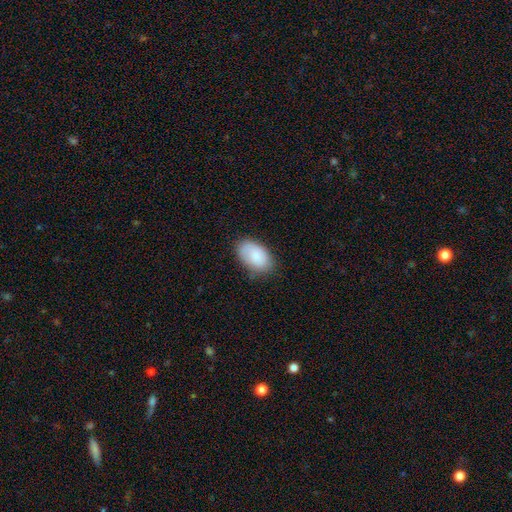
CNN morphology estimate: smooth 82%, featured or disk 11%, star or artifact 6%. Down the decision tree: how rounded — in between (93%); merging — none (75%).